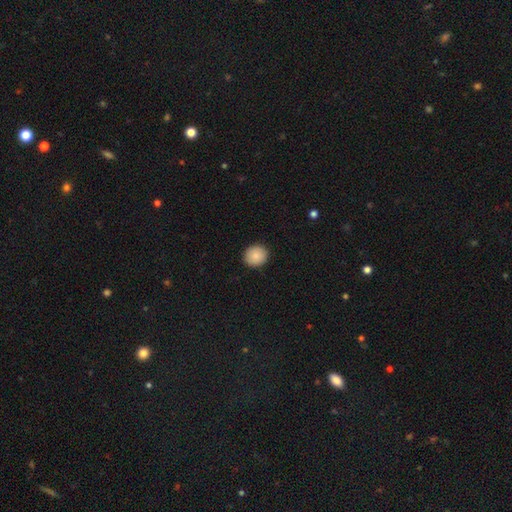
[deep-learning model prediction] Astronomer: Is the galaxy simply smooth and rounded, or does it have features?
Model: smooth — 88%.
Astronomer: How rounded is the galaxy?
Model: round — 87%.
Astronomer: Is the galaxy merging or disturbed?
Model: none — 92%.